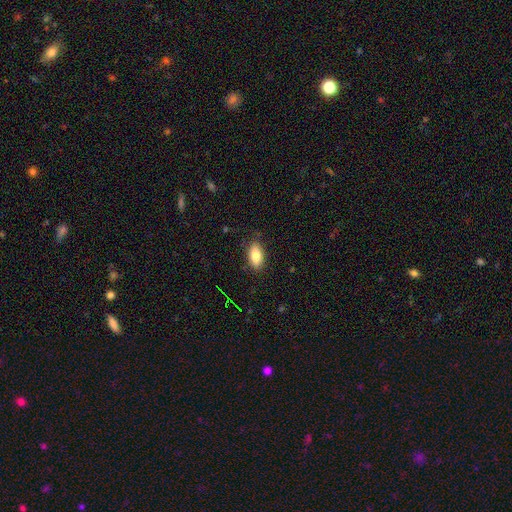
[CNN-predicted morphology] smooth 81%, featured or disk 11%, star or artifact 8%. Down the decision tree: how rounded — in between (90%); merging — none (84%).